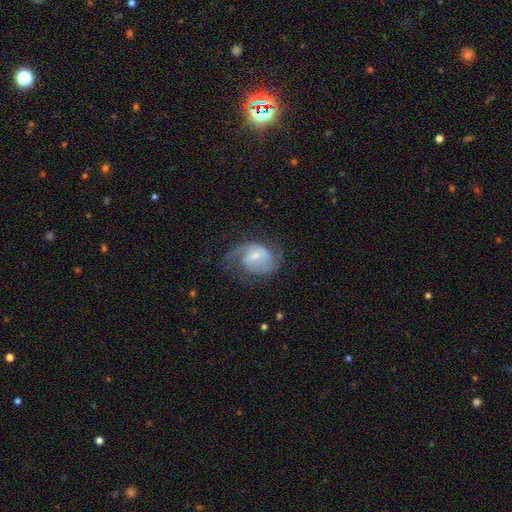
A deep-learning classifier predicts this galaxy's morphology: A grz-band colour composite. It shows a featured or disk galaxy (78%) with a weak bar (52%), 2 (68%) medium (47%) spiral arms (92%) and a small central bulge (59%). Merging: none (58%).